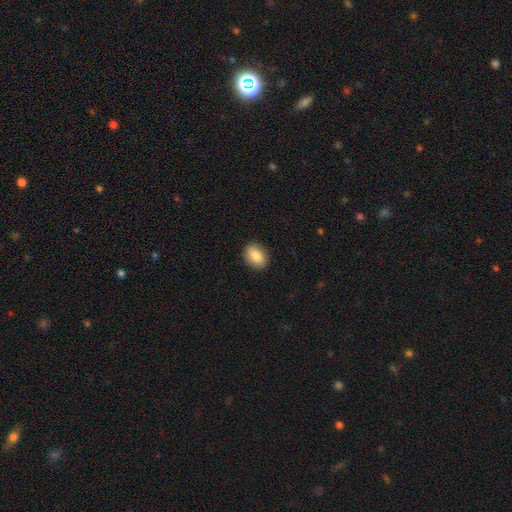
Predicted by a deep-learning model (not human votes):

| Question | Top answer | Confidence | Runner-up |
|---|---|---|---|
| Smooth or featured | smooth | 84% | featured or disk (8%) |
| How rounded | in between | 77% | round (21%) |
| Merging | none | 89% | minor disturbance (8%) |